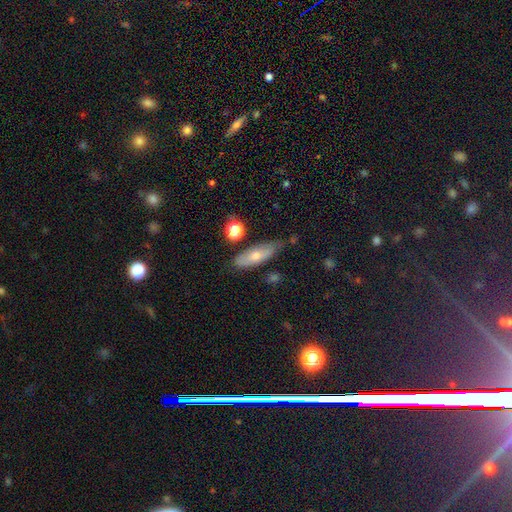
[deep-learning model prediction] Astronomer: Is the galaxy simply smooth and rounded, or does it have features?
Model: smooth — 57% (runner-up: featured or disk, 34%).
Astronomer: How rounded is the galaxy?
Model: in between — 50% (runner-up: cigar-shaped, 47%).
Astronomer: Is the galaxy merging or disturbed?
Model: none — 73%.